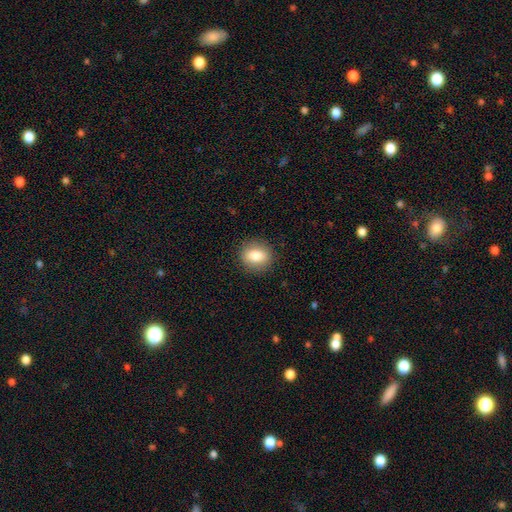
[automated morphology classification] This is likely a smooth galaxy (80%). How rounded: possibly round (57%). Merging: clearly none (88%).